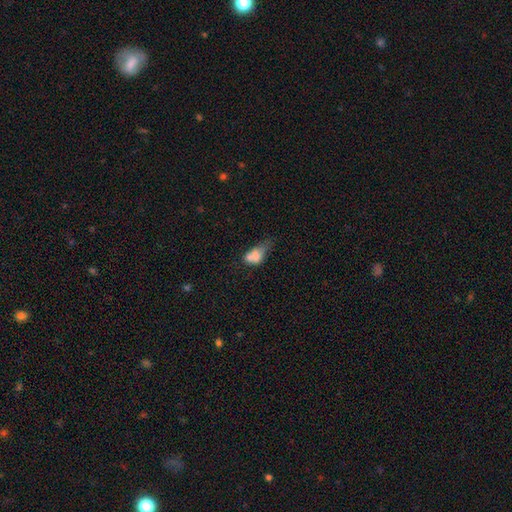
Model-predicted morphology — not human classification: Smooth or featured? Predicted: smooth (p=0.65). How rounded? Predicted: in between (p=0.77). Merging? Predicted: merger (p=0.38).